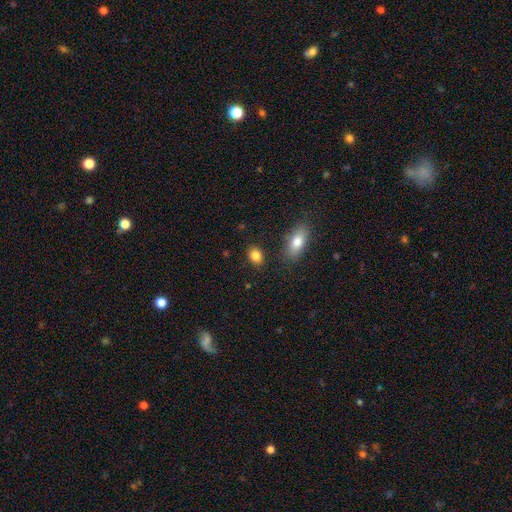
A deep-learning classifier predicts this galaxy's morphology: Smooth or featured? Predicted: smooth (p=0.85). How rounded? Predicted: in between (p=0.65). Merging? Predicted: none (p=0.85).